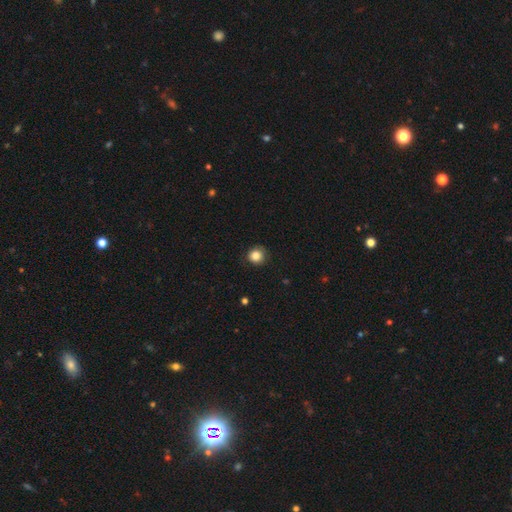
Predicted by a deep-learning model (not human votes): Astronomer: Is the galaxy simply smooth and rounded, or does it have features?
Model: smooth — 85%.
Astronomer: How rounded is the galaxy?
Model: round — 92%.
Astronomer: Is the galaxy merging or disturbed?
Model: none — 85%.